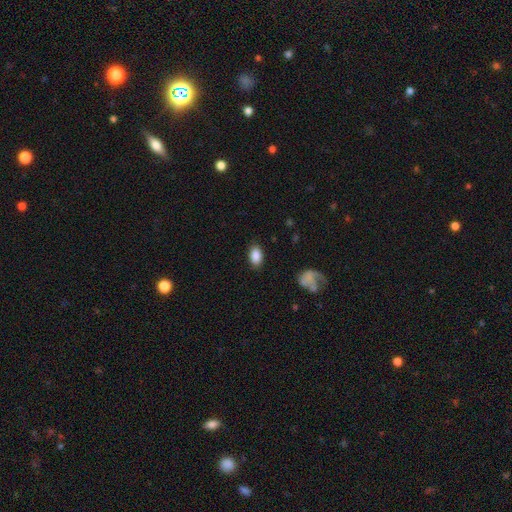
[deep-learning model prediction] Smooth or featured: smooth — 87% (star or artifact — 7%)
How rounded: in between — 90% (round — 8%)
Merging: none — 84% (minor disturbance — 12%)